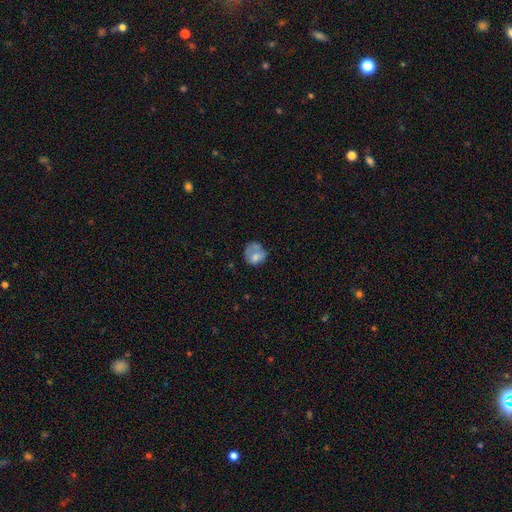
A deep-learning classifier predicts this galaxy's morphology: type=smooth (63%); roundness=round (68%); merging=none (39%).